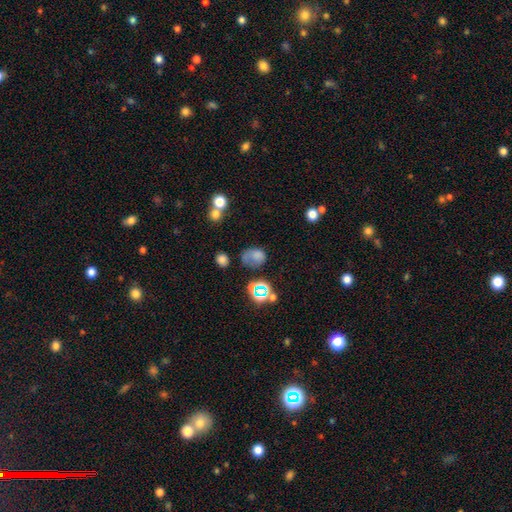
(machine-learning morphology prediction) Smooth or featured: smooth — 66% (star or artifact — 19%)
How rounded: in between — 61% (round — 38%)
Merging: none — 34% (minor disturbance — 28%)